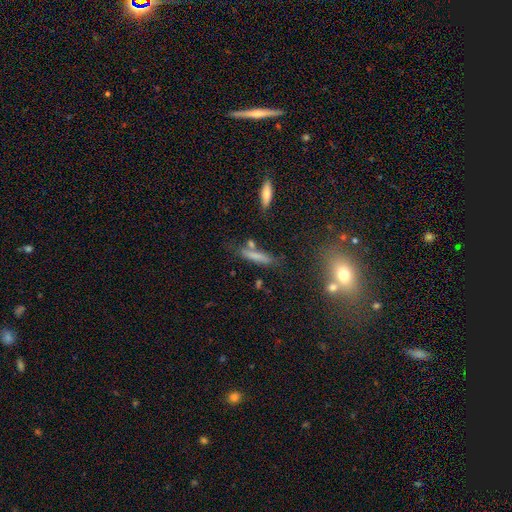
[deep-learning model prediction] A smooth galaxy with no disk features (71%) that is cigar-shaped (82%). Merging: none (68%).